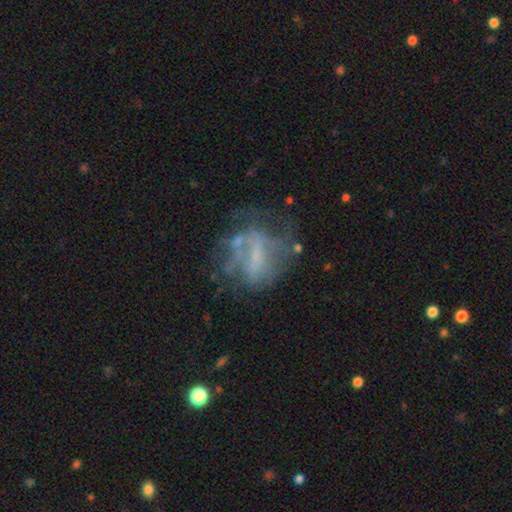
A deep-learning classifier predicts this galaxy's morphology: Q: Smooth or featured?
A: featured or disk (64%); runner-up: smooth (22%)
Q: Edge-on disk?
A: no (96%); runner-up: yes (4%)
Q: Bar?
A: no (45%); runner-up: weak (35%)
Q: Spiral arms?
A: no (62%); runner-up: yes (38%)
Q: Bulge size?
A: none (43%); runner-up: small (37%)
Q: Merging?
A: none (45%); runner-up: major disturbance (28%)